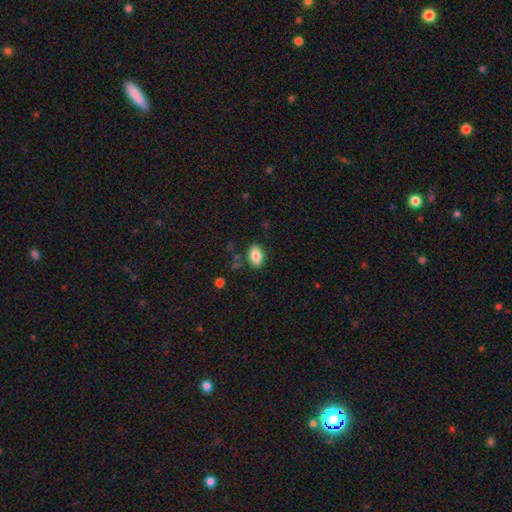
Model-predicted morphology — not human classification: This appears to be a smooth galaxy with no disk features (85%) that is in between round and cigar-shaped (89%). Merging: none (85%).